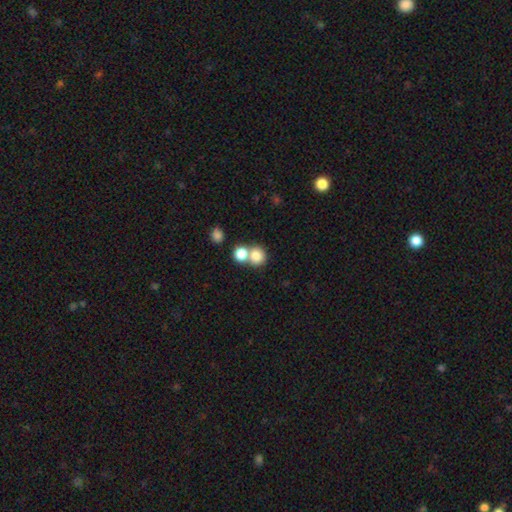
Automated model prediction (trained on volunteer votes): Smooth or featured?
  - smooth: 79% *
  - star or artifact: 11%
  - featured or disk: 9%
How rounded?
  - round: 83% *
  - in between: 16%
  - cigar-shaped: 1%
Merging?
  - none: 45% * (tied)
  - merger: 45% * (tied)
  - minor disturbance: 6%
  - major disturbance: 3%